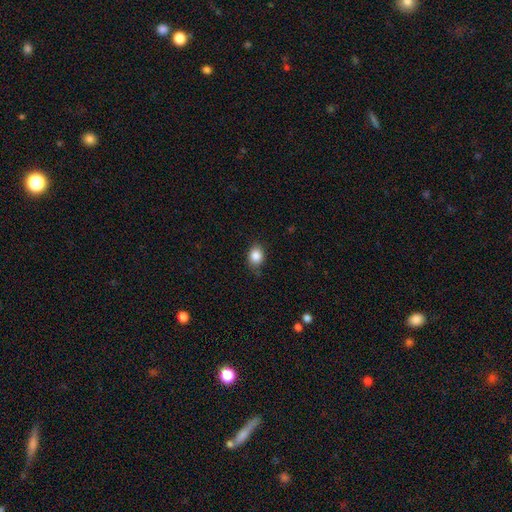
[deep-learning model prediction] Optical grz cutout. It shows a smooth galaxy with no disk features (86%) that is in between round and cigar-shaped (54%). Merging: none (77%).